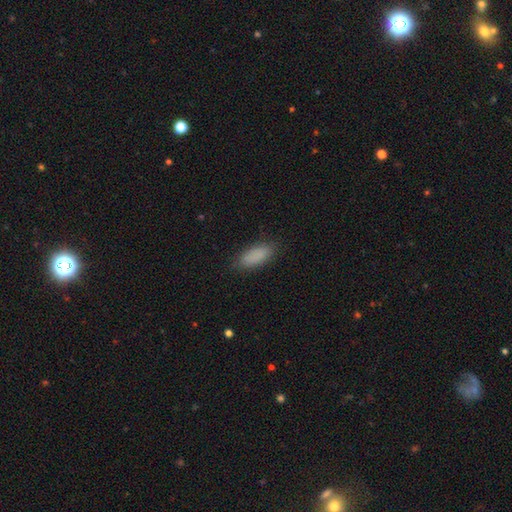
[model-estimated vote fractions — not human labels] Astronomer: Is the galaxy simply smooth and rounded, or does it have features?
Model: smooth — 87%.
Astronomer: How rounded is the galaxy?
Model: in between — 76%.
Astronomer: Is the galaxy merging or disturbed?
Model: none — 84%.